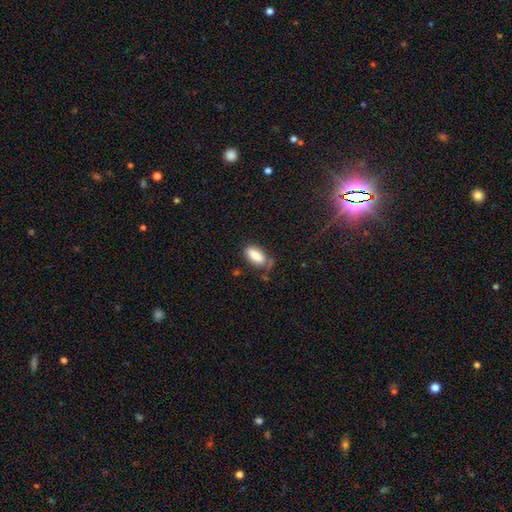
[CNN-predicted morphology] Smooth or featured? smooth (84%)
How rounded? in between (88%)
Merging? none (61%)